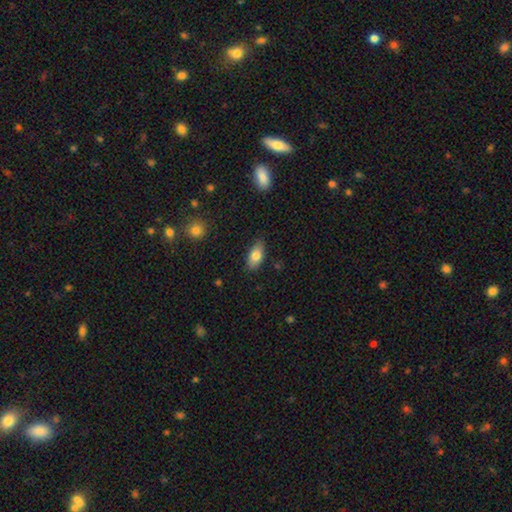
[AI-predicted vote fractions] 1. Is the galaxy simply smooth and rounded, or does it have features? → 80% smooth, 13% featured or disk, 7% star or artifact.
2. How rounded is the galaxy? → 91% in between, 5% cigar-shaped, 4% round.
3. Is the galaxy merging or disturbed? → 81% none, 16% minor disturbance, 3% major disturbance, 1% merger.